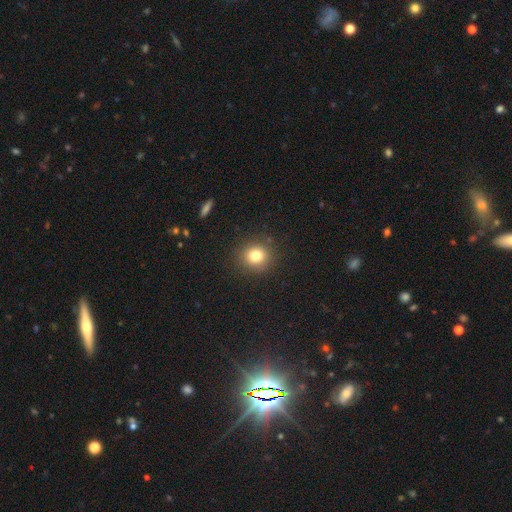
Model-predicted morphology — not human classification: Smooth or featured? Predicted: smooth (p=0.79). How rounded? Predicted: round (p=0.89). Merging? Predicted: none (p=0.89).